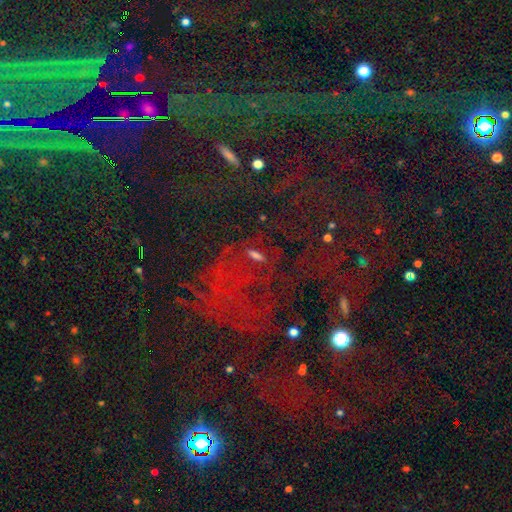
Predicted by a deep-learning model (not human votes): Overall: star or artifact (60%; smooth 23%).